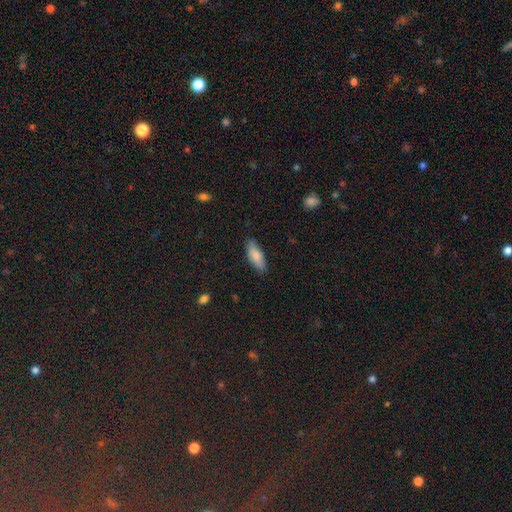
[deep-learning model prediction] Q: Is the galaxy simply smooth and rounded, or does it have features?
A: smooth — 81%.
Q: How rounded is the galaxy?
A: in between — 68%.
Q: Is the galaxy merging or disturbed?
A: none — 82%.